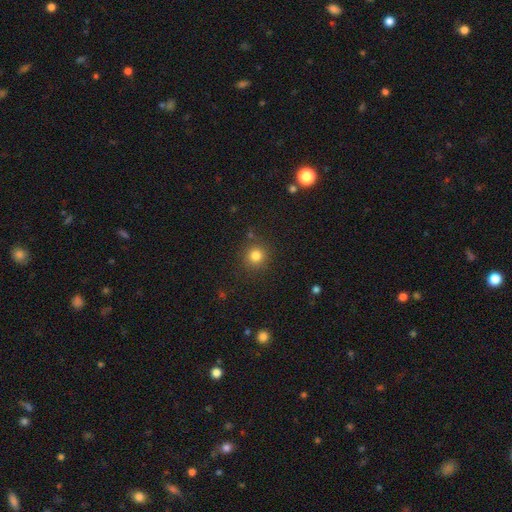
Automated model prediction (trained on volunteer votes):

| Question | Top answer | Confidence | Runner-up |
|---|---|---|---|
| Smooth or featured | smooth | 80% | star or artifact (14%) |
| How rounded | round | 92% | in between (7%) |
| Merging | none | 86% | minor disturbance (8%) |